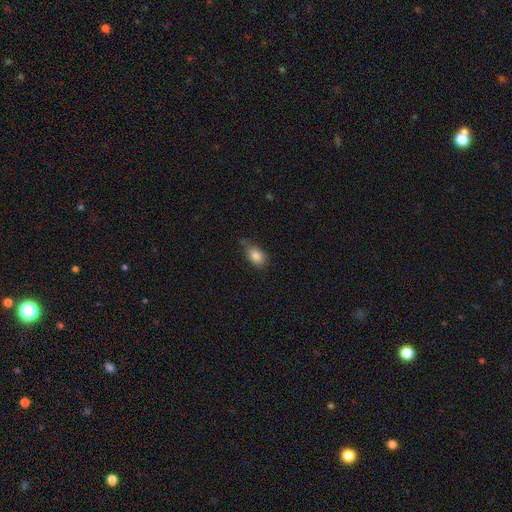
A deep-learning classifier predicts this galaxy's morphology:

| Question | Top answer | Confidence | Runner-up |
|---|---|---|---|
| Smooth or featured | smooth | 86% | star or artifact (8%) |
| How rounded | in between | 85% | round (13%) |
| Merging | none | 70% | minor disturbance (22%) |